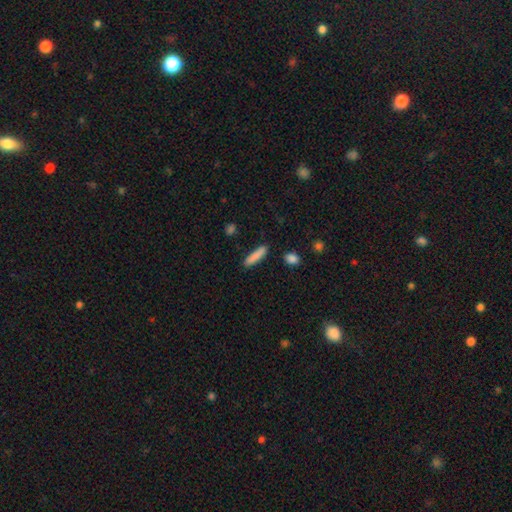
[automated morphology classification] This appears to be a smooth galaxy with no disk features (86%) that is cigar-shaped (84%). Merging: none (89%).